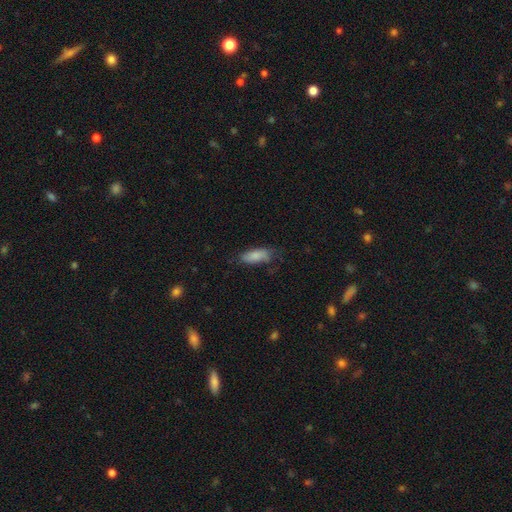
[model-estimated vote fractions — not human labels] smooth-or-featured: smooth: 83% | featured or disk: 10% | star or artifact: 7%
  how-rounded: in between: 78% | cigar-shaped: 20% | round: 2%
  merging: none: 60% | minor disturbance: 28% | major disturbance: 9% | merger: 2%